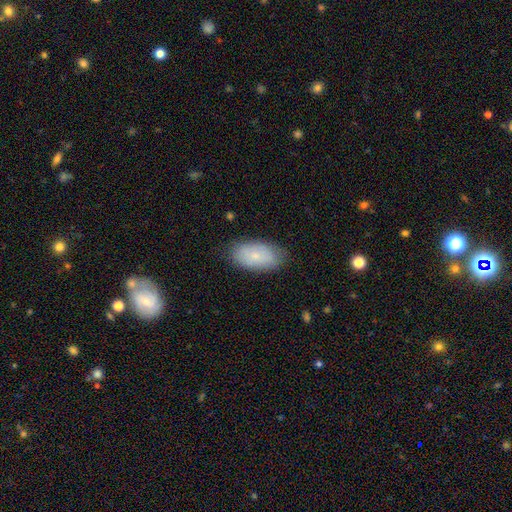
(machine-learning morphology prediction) Q: Smooth or featured?
A: smooth (75%); runner-up: featured or disk (18%)
Q: How rounded?
A: in between (94%); runner-up: round (4%)
Q: Merging?
A: none (81%); runner-up: minor disturbance (15%)